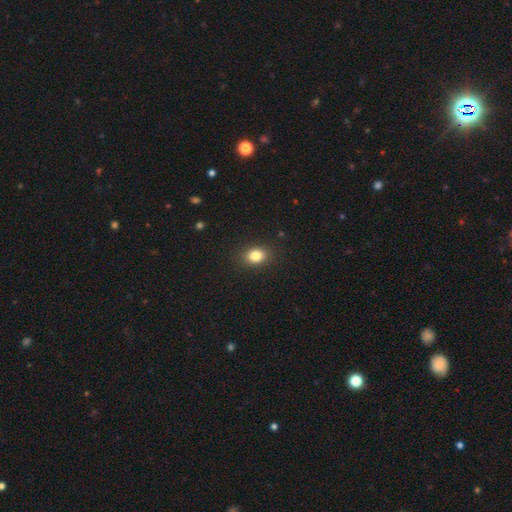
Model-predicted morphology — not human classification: smooth-or-featured: smooth: 84% | star or artifact: 10% | featured or disk: 6%
  how-rounded: in between: 59% | round: 39% | cigar-shaped: 1%
  merging: none: 88% | minor disturbance: 9% | major disturbance: 2% | merger: 1%